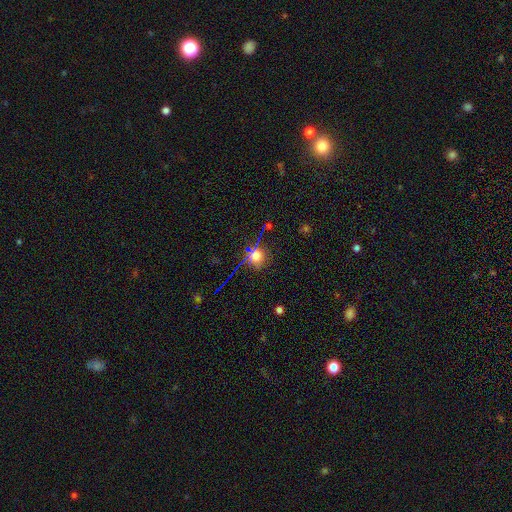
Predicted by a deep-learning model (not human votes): Morphology: type=smooth (49%); merging=none (77%).